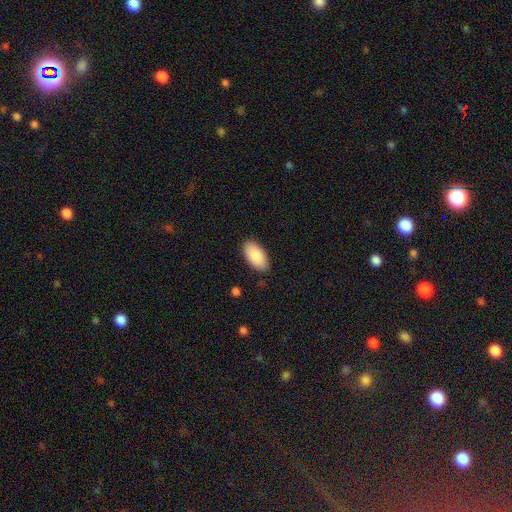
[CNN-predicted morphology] smooth_or_featured: smooth (p=0.87) [alt: featured or disk p=0.07]
how_rounded: in between (p=0.95) [alt: cigar-shaped p=0.03]
merging: none (p=0.86) [alt: minor disturbance p=0.10]